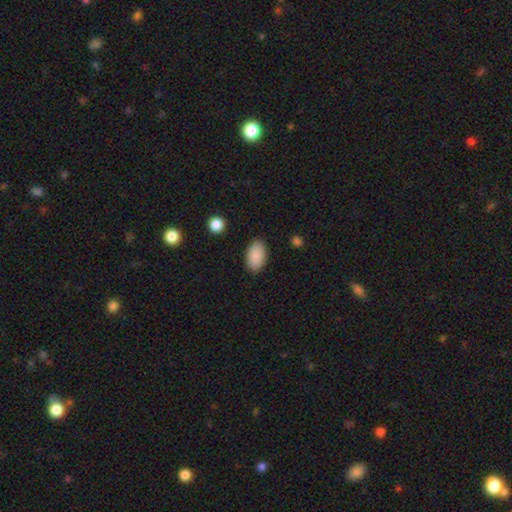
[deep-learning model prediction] Smooth or featured: smooth — 90% (star or artifact — 7%)
How rounded: in between — 94% (round — 4%)
Merging: none — 87% (minor disturbance — 9%)